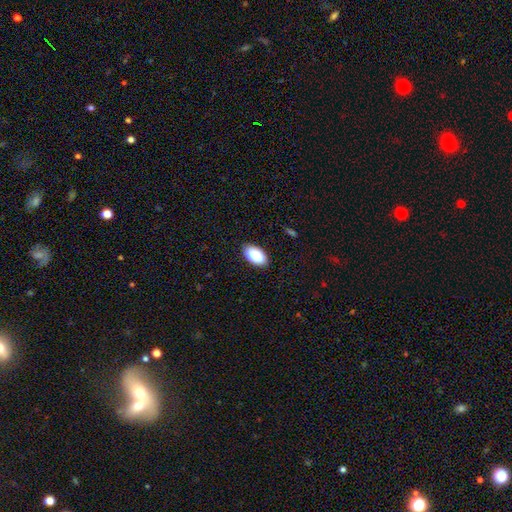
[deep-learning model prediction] smooth 90%, star or artifact 6%, featured or disk 4%. Down the decision tree: how rounded — in between (96%); merging — none (89%).